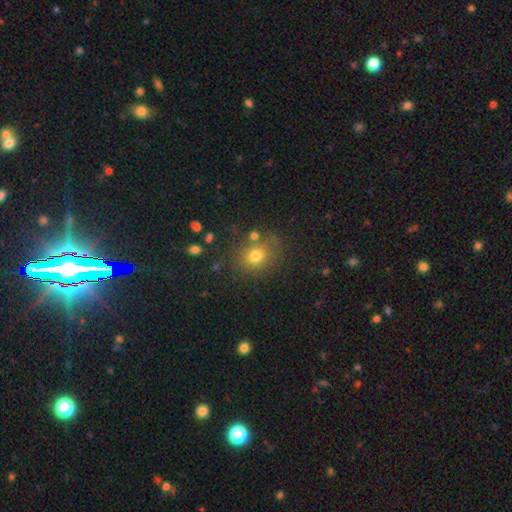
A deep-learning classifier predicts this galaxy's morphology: The model was most divided on "how rounded": round: 63%, in between: 36%, cigar-shaped: 1%. More confident: smooth or featured — smooth (74%); merging — none (72%).